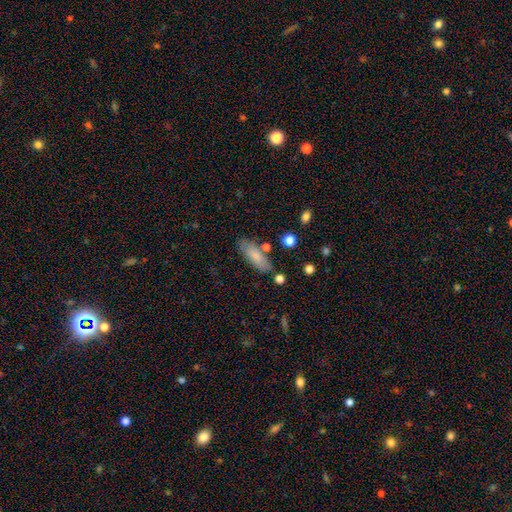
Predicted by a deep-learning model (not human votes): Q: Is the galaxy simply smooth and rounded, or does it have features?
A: smooth — 80%.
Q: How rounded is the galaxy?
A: in between — 66%.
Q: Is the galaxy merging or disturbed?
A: none — 77%.